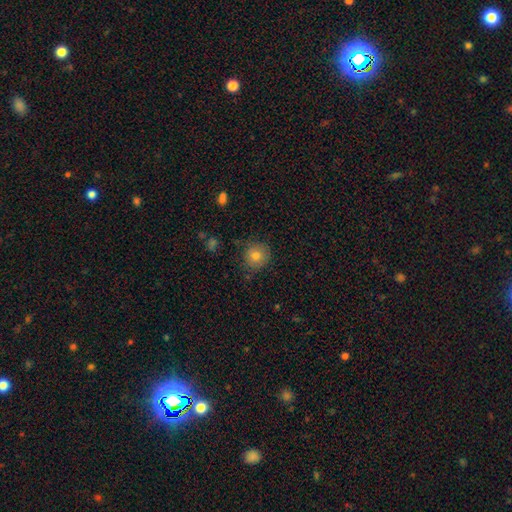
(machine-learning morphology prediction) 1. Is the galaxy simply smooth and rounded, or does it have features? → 78% smooth, 11% star or artifact, 10% featured or disk.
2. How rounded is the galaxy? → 91% round, 8% in between, 1% cigar-shaped.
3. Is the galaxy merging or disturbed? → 81% none, 14% minor disturbance, 3% major disturbance, 2% merger.